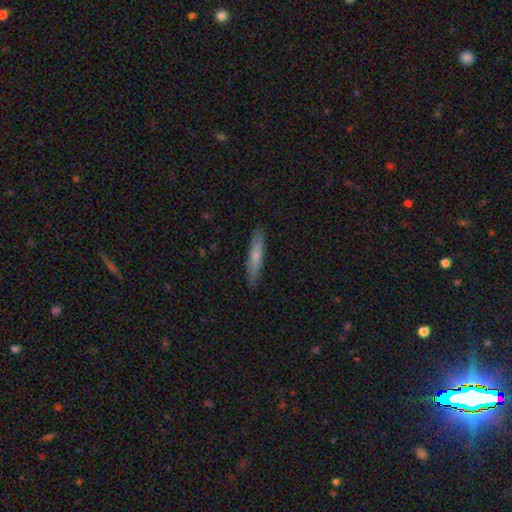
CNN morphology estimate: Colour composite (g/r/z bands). It shows a smooth galaxy with no disk features (67%) that is cigar-shaped (90%). Merging: none (89%).